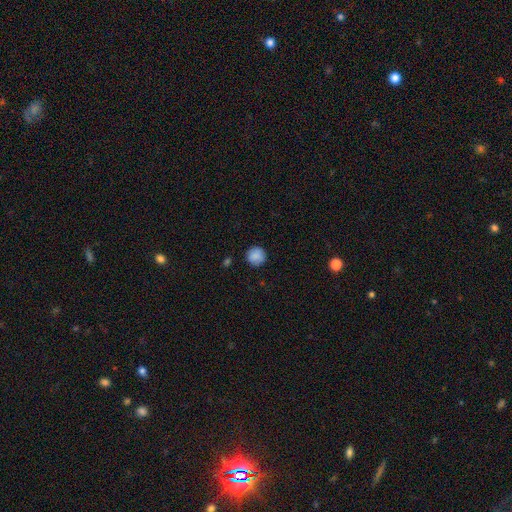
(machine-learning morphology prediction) smooth 87%, star or artifact 8%, featured or disk 5%. Down the decision tree: how rounded — round (94%); merging — none (88%).